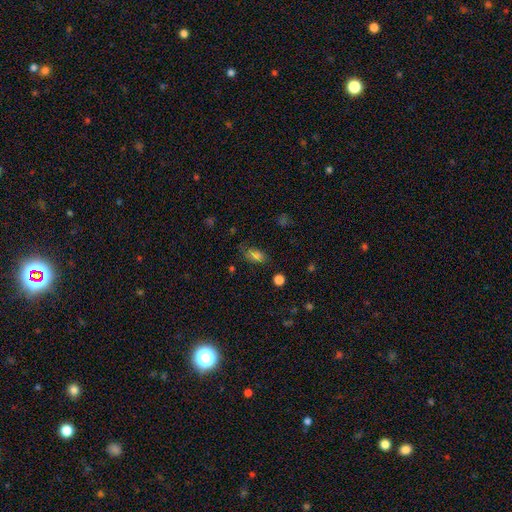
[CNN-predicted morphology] Smooth or featured? Predicted: smooth (p=0.78). How rounded? Predicted: in between (p=0.87). Merging? Predicted: none (p=0.67).